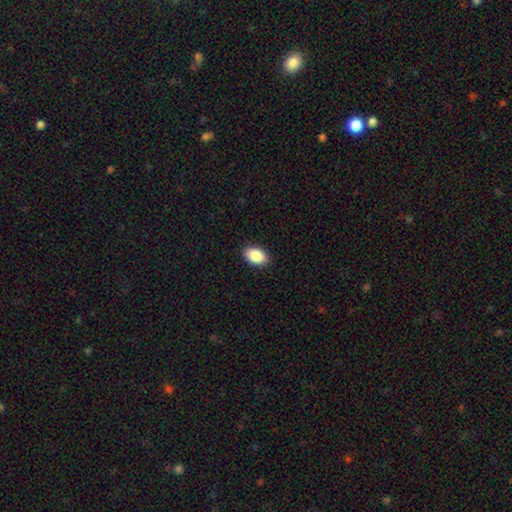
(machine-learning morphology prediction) smooth-or-featured: smooth: 88% | star or artifact: 7% | featured or disk: 5%
  how-rounded: in between: 91% | round: 8% | cigar-shaped: 1%
  merging: none: 90% | minor disturbance: 8% | major disturbance: 2% | merger: 1%